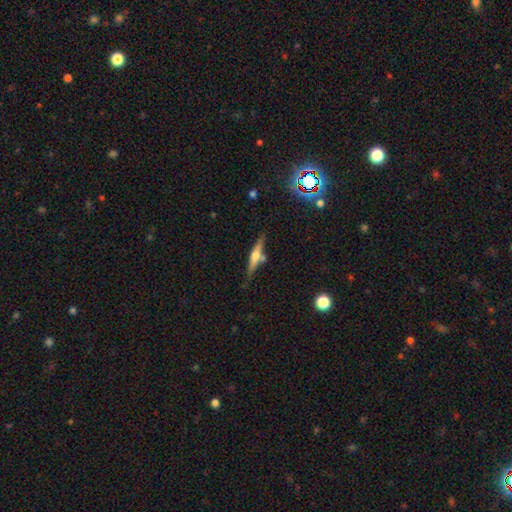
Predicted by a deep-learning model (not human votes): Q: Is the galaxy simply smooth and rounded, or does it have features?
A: featured or disk — 65%.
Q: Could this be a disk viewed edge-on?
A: yes — 96%.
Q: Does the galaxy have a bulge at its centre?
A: rounded — 88%.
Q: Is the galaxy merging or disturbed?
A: none — 76%.